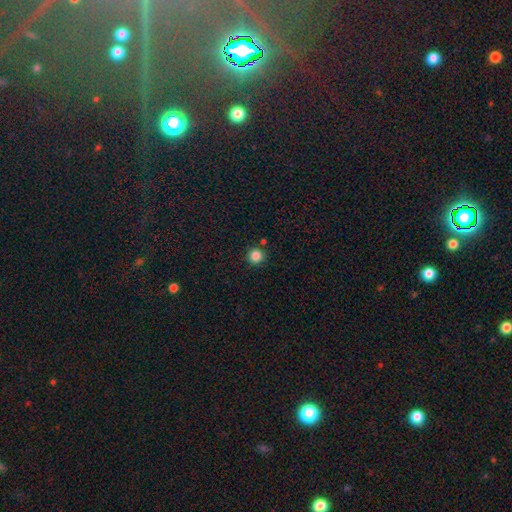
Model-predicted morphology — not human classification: A smooth galaxy with no disk features (85%) that is round (95%).

Vote fractions:
- Smooth or featured? smooth: 85% / star or artifact: 12% / featured or disk: 4%
- How rounded? round: 95% / in between: 4% / cigar-shaped: 1%
- Merging? none: 87% / minor disturbance: 7% / merger: 5% / major disturbance: 2%